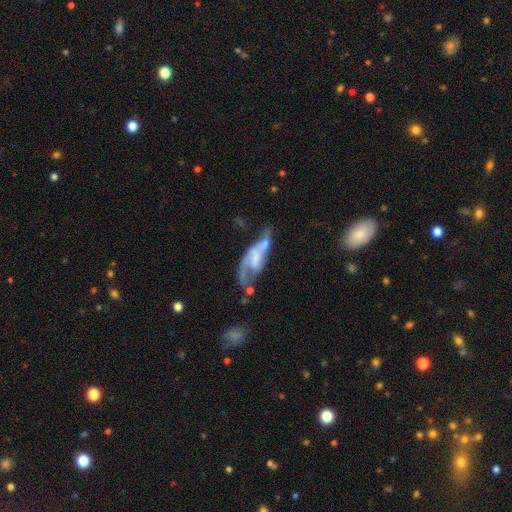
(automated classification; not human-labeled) smooth_or_featured: featured or disk (p=0.71) [alt: smooth p=0.21]
disk_edge_on: no (p=0.87) [alt: yes p=0.13]
bar: no (p=0.49) [alt: weak p=0.34]
has_spiral_arms: yes (p=0.74) [alt: no p=0.26]
bulge_size: none (p=0.39) [alt: small p=0.29]
merging: major disturbance (p=0.31) [alt: none p=0.30]